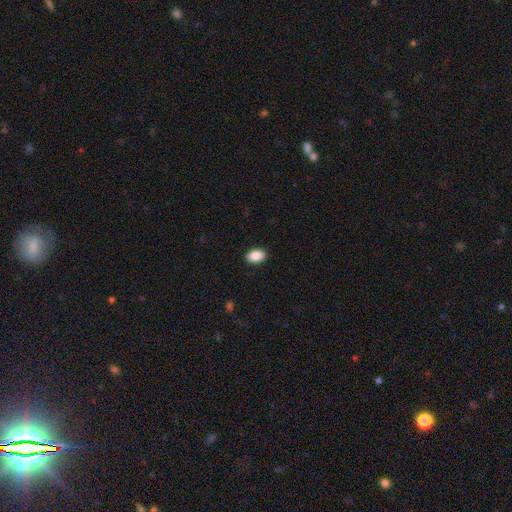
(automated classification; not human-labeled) Smooth or featured? smooth (90%)
How rounded? in between (90%)
Merging? none (90%)